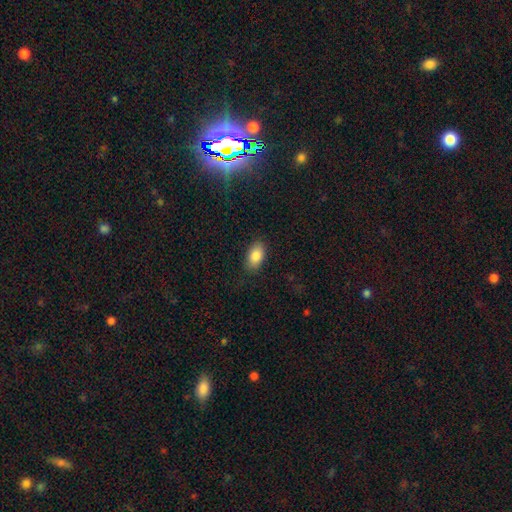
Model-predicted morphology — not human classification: smooth 84%, featured or disk 8%, star or artifact 7%. Down the decision tree: how rounded — in between (92%); merging — none (86%).